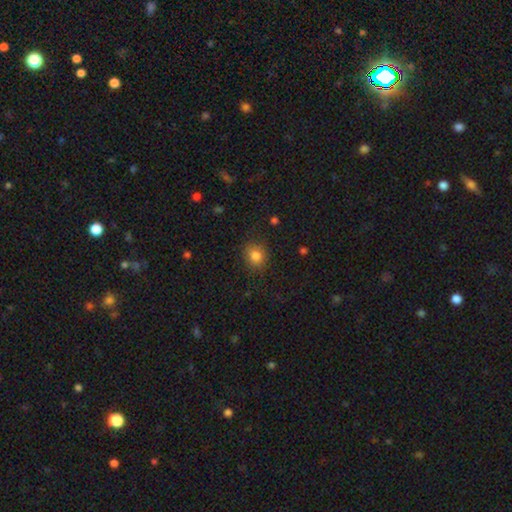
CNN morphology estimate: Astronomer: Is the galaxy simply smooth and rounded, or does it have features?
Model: smooth — 82%.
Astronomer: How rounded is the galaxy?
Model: round — 75%.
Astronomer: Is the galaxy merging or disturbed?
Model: none — 86%.